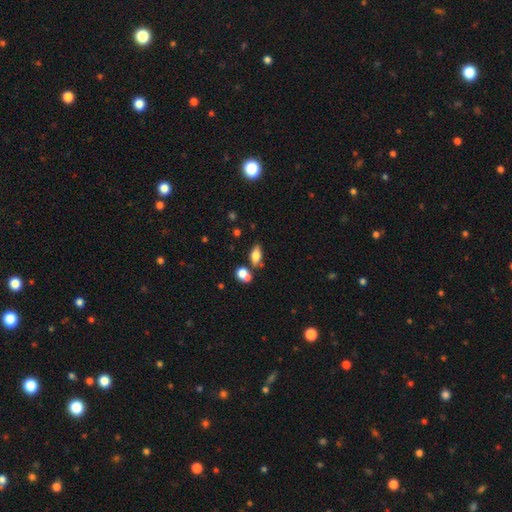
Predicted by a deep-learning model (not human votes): Overall: smooth (72%). How rounded: in between (83%). Merging: none (61%; merger 22%).